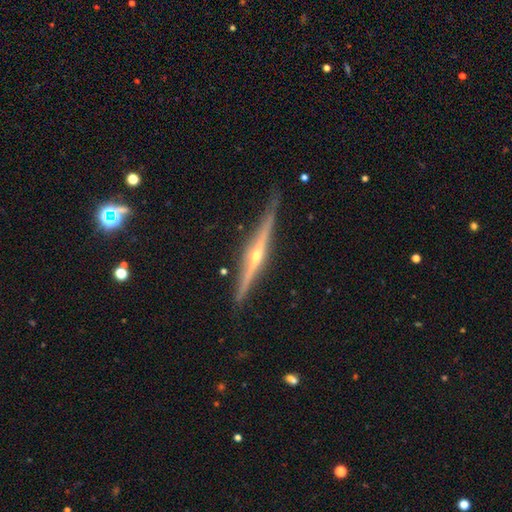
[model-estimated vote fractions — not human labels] smooth-or-featured: featured or disk: 85% | smooth: 9% | star or artifact: 5%
  disk-edge-on: yes: 98% | no: 2%
    edge-on-bulge: rounded: 88% | none: 8% | boxy: 4%
  merging: none: 87% | minor disturbance: 10% | major disturbance: 2% | merger: 1%